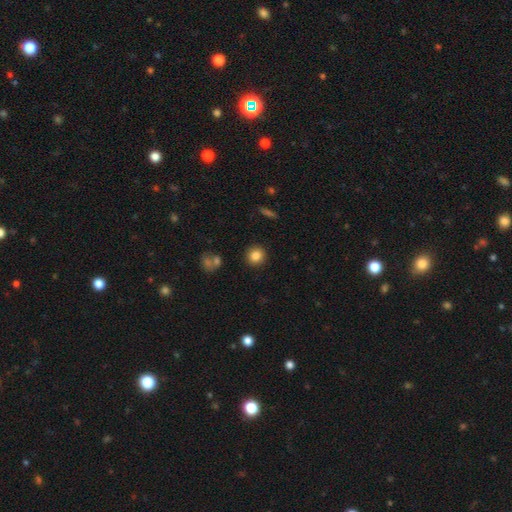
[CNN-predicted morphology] A smooth galaxy with no disk features (84%) that is round (92%). Merging: none (90%).